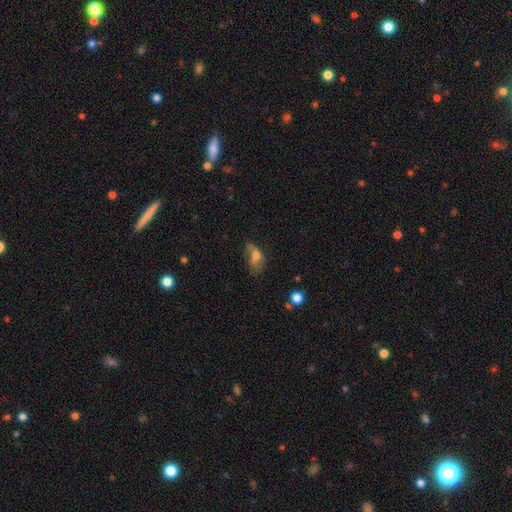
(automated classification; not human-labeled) Smooth or featured? smooth (50%)
Merging? none (38%)